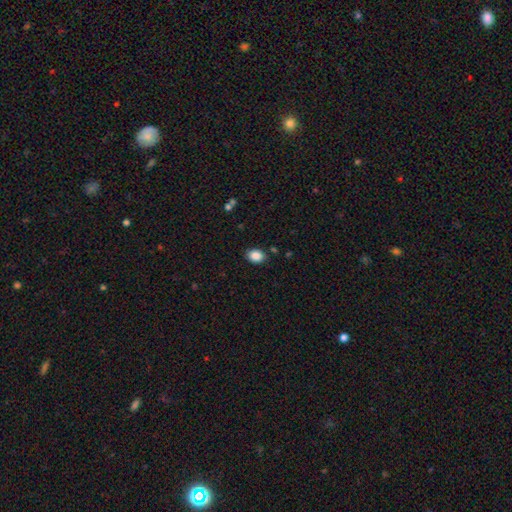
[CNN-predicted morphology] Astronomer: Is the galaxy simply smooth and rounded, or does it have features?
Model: smooth — 87%.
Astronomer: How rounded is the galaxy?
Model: in between — 69%.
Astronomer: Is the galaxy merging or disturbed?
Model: none — 86%.